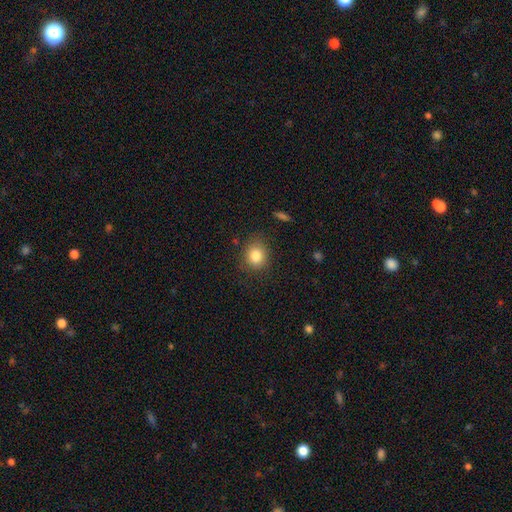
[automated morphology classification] Smooth or featured: smooth — 84% (star or artifact — 10%)
How rounded: round — 69% (in between — 30%)
Merging: none — 81% (minor disturbance — 14%)